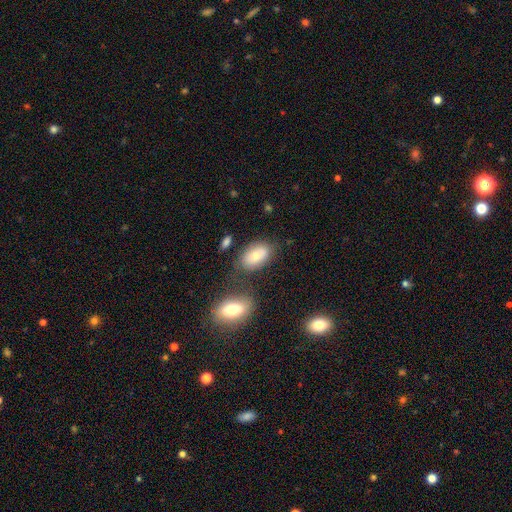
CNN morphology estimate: Smooth or featured? Predicted: smooth (p=0.73). How rounded? Predicted: in between (p=0.90). Merging? Predicted: none (p=0.65).